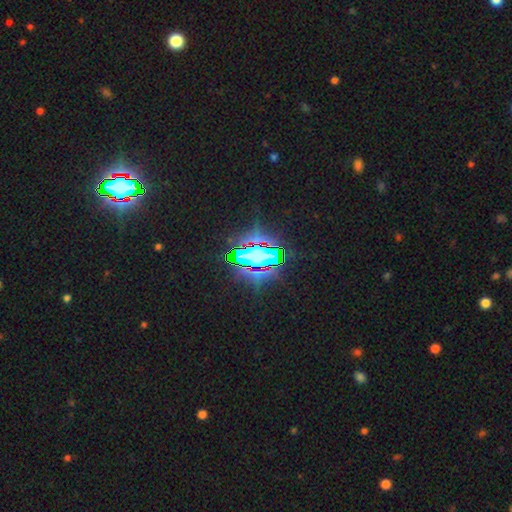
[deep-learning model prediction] Q: Smooth or featured?
A: star or artifact (69%); runner-up: smooth (17%)